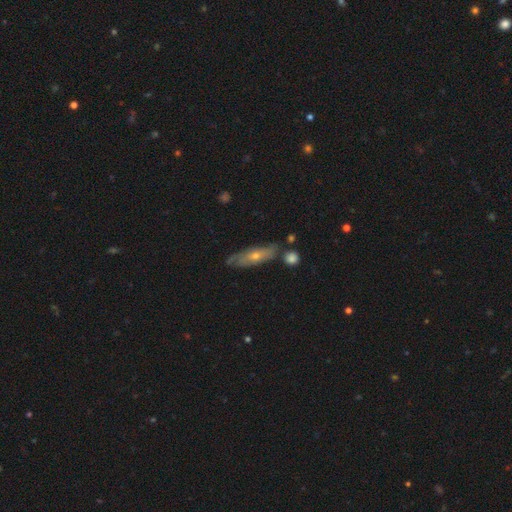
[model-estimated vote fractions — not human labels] Q: Smooth or featured?
A: featured or disk (57%); runner-up: smooth (35%)
Q: Edge-on disk?
A: no (55%); runner-up: yes (45%)
Q: Merging?
A: none (70%); runner-up: minor disturbance (19%)